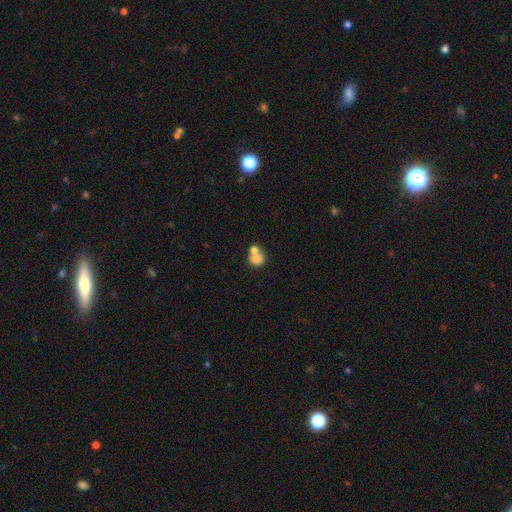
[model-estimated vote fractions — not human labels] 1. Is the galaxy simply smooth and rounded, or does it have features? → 78% smooth, 13% featured or disk, 10% star or artifact.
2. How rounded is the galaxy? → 78% round, 21% in between, 1% cigar-shaped.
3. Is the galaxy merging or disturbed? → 56% merger, 33% none, 8% minor disturbance, 4% major disturbance.